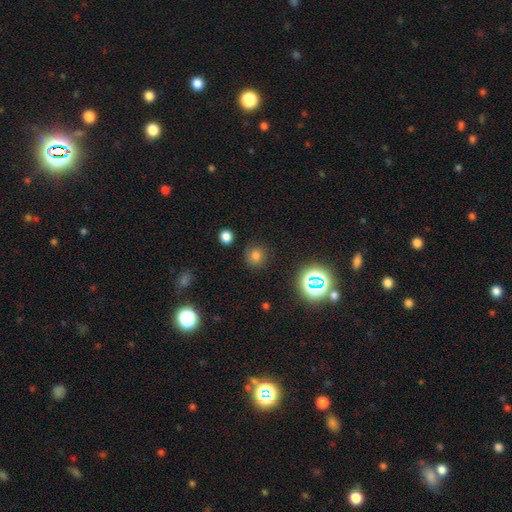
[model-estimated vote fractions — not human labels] Smooth or featured? smooth (72%)
How rounded? round (89%)
Merging? none (85%)